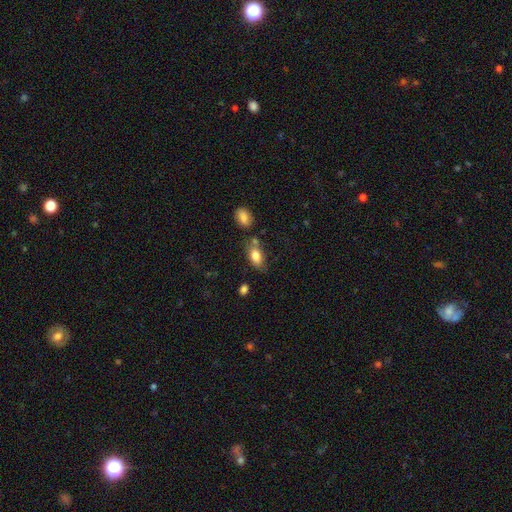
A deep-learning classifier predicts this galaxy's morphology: smooth-or-featured: smooth: 80% | featured or disk: 12% | star or artifact: 7%
  how-rounded: in between: 89% | round: 6% | cigar-shaped: 6%
  merging: none: 60% | minor disturbance: 20% | merger: 15% | major disturbance: 5%